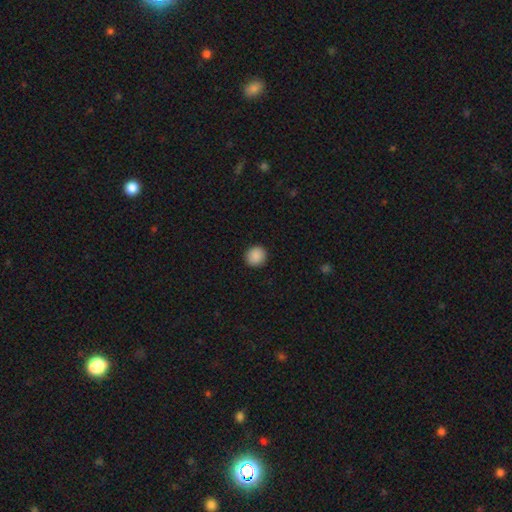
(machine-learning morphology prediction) Smooth or featured? Predicted: smooth (p=0.89). How rounded? Predicted: round (p=0.91). Merging? Predicted: none (p=0.93).